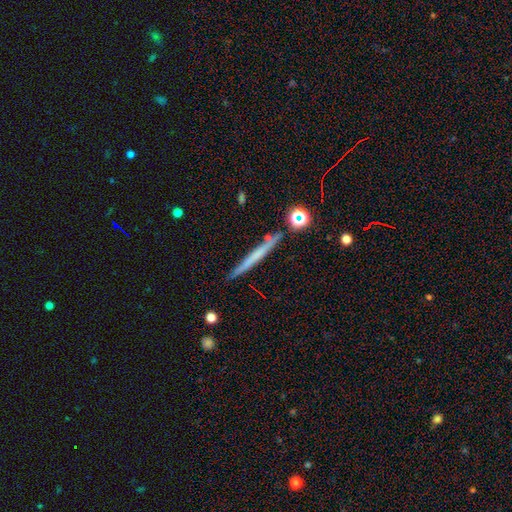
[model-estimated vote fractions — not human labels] Q: Smooth or featured?
A: smooth (48%); runner-up: featured or disk (43%)
Q: Merging?
A: none (85%); runner-up: minor disturbance (10%)